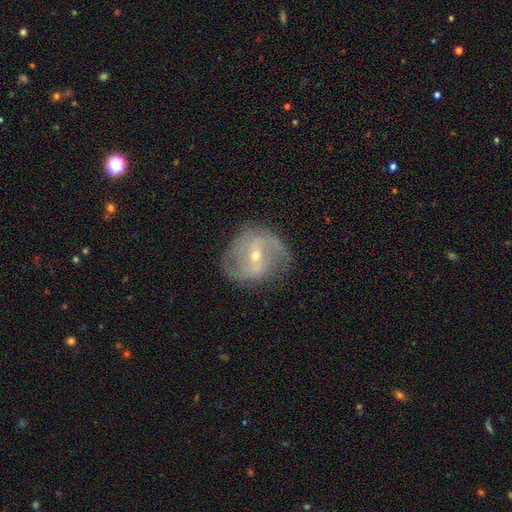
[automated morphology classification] Overall: featured or disk (84%). Edge-on disk: no (97%). Bar: weak (46%; strong 29%). Spiral arms: yes (92%). Spiral arm count: 2 (72%). Spiral winding: medium (46%; loose 31%). Bulge size: small (59%; moderate 38%). Merging: none (72%).